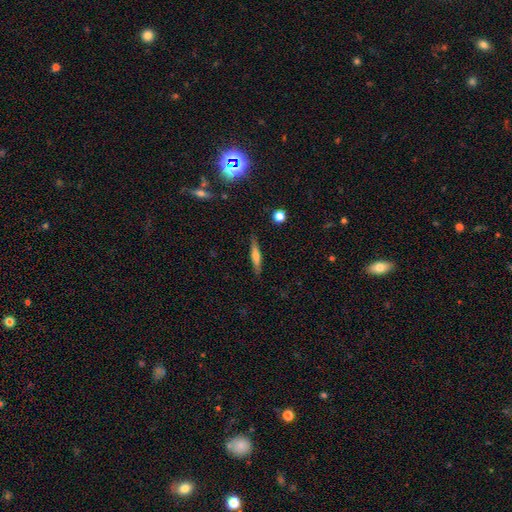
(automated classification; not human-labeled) The model was most divided on "smooth or featured": smooth: 54%, featured or disk: 39%, star or artifact: 7%. More confident: how rounded — cigar-shaped (89%); merging — none (87%).